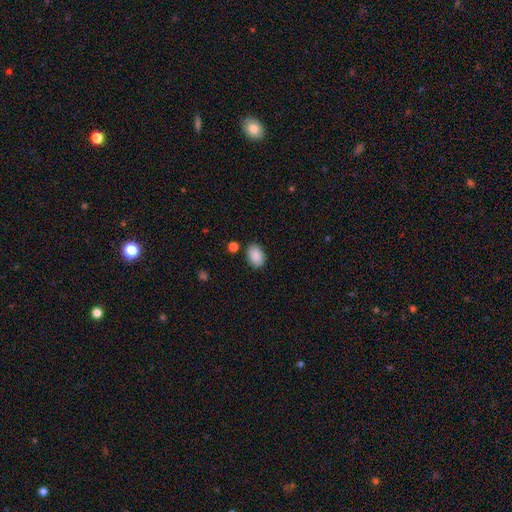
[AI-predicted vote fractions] Q: Smooth or featured?
A: smooth (89%); runner-up: star or artifact (7%)
Q: How rounded?
A: in between (84%); runner-up: round (15%)
Q: Merging?
A: none (82%); runner-up: minor disturbance (12%)